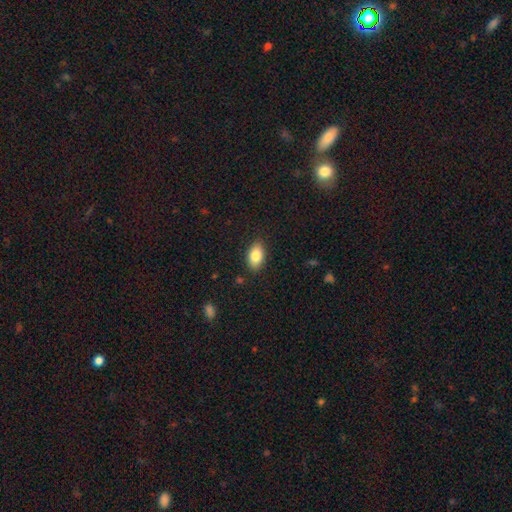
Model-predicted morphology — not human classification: A smooth galaxy with no disk features (83%) that is in between round and cigar-shaped (91%). Merging: none (87%).